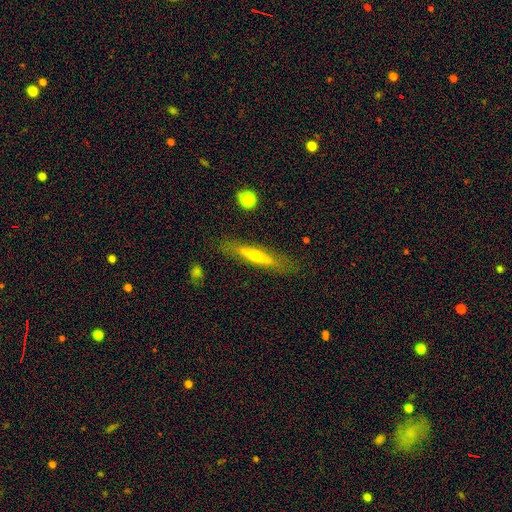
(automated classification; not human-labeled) Smooth or featured? Predicted: featured or disk (p=0.56). Edge-on disk? Predicted: yes (p=0.86). Merging? Predicted: none (p=0.82).